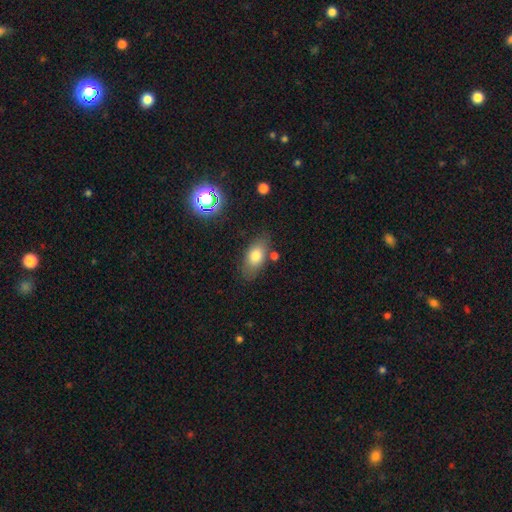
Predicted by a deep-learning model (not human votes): A smooth galaxy with no disk features (77%) that is in between round and cigar-shaped (87%).

Vote fractions:
- Smooth or featured? smooth: 77% / featured or disk: 14% / star or artifact: 9%
- How rounded? in between: 87% / round: 7% / cigar-shaped: 5%
- Merging? none: 74% / minor disturbance: 15% / merger: 6% / major disturbance: 4%